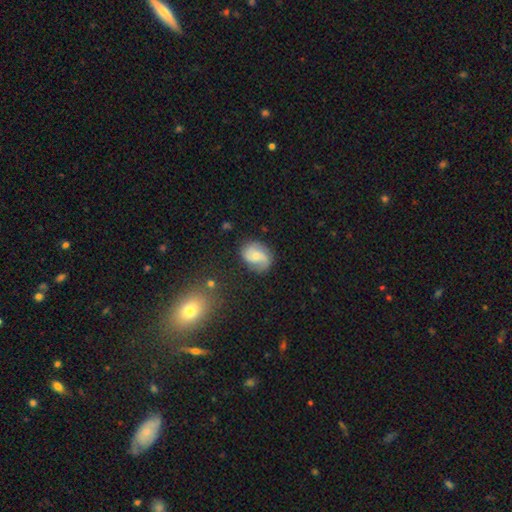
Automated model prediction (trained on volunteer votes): Smooth or featured?
  - featured or disk: 61% *
  - smooth: 31%
  - star or artifact: 8%
Edge-on disk?
  - no: 97% *
  - yes: 3%
Bar?
  - no: 57% *
  - weak: 36%
  - strong: 7%
Spiral arms?
  - yes: 91% *
  - no: 9%
Spiral winding?
  - medium: 42% *
  - loose: 38%
  - tight: 20%
Spiral arm count?
  - 2: 77% *
  - can't tell: 9%
  - 1: 8%
  - 3: 4%
  - 4: 1%
  - more than 4: 1%
Bulge size?
  - small: 51% *
  - moderate: 36%
  - none: 8%
  - large: 3%
  - dominant: 1%
Merging?
  - none: 71% *
  - minor disturbance: 20%
  - major disturbance: 7%
  - merger: 2%